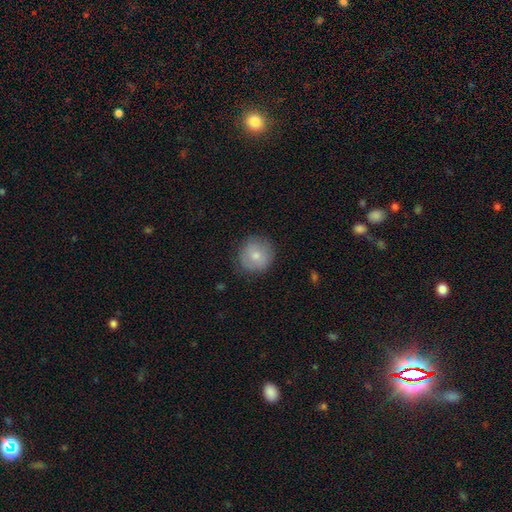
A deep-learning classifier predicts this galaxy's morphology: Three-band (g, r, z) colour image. It shows a smooth galaxy with no disk features (75%) that is round (93%). Merging: none (82%).